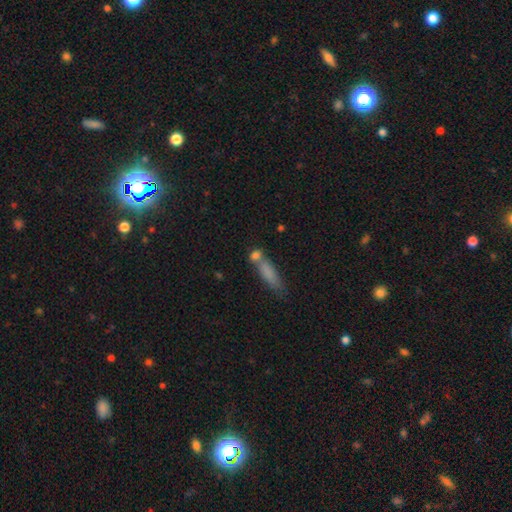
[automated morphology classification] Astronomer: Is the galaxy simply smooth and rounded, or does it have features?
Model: smooth — 58%.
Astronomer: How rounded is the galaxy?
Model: cigar-shaped — 69%.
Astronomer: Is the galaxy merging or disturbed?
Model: none — 62%.